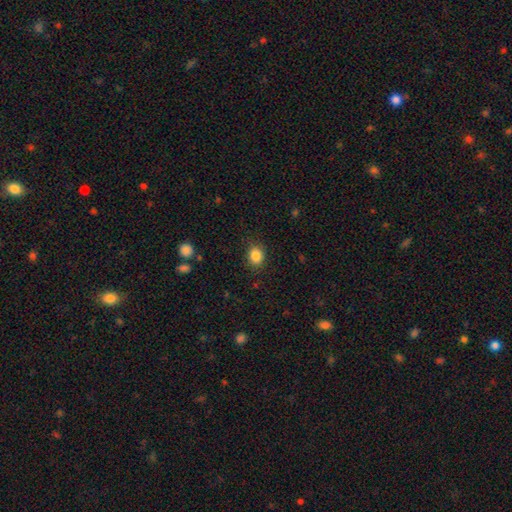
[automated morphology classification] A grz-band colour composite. It shows a smooth galaxy with no disk features (86%) that is round (58%). Merging: none (84%).